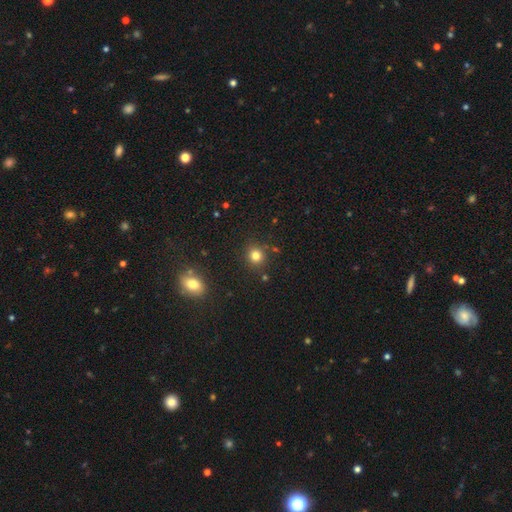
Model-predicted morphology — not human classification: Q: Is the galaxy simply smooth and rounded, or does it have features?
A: smooth — 80%.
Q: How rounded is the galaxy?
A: round — 87%.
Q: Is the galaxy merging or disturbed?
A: none — 86%.